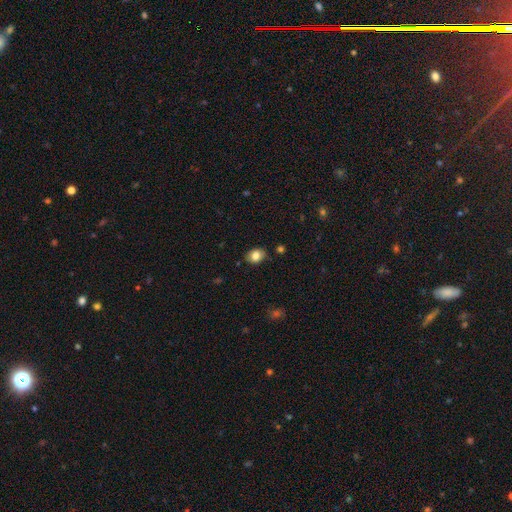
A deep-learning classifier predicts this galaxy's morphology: Smooth or featured?
  - smooth: 83% *
  - star or artifact: 9%
  - featured or disk: 8%
How rounded?
  - in between: 67% *
  - round: 32%
  - cigar-shaped: 1%
Merging?
  - none: 83% *
  - minor disturbance: 13%
  - major disturbance: 3%
  - merger: 2%